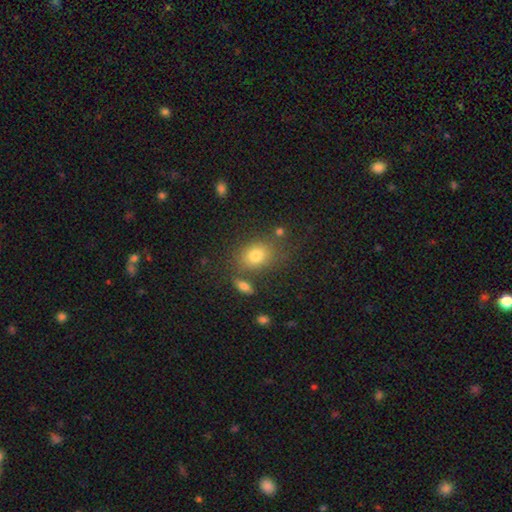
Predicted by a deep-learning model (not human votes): Smooth or featured?
  - smooth: 79% *
  - star or artifact: 11%
  - featured or disk: 10%
How rounded?
  - in between: 64% *
  - round: 35%
  - cigar-shaped: 1%
Merging?
  - none: 68% *
  - minor disturbance: 15%
  - merger: 11%
  - major disturbance: 6%